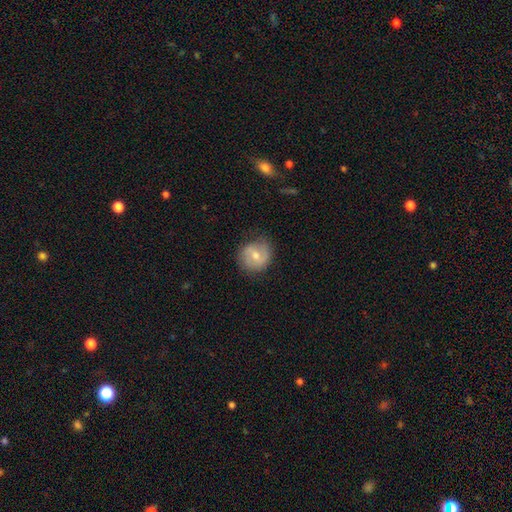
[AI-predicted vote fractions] Morphology: type=featured or disk (52%); edge-on=no (97%); bar=weak (52%); spiral arms=yes (80%); bulge=moderate (59%); merging=none (79%).